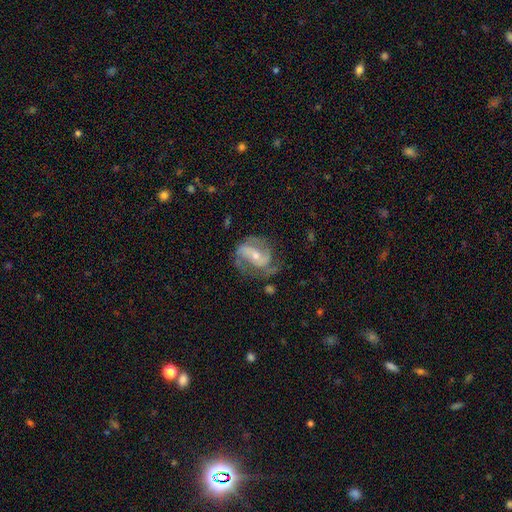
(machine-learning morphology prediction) smooth-or-featured: featured or disk: 84% | smooth: 9% | star or artifact: 7%
  disk-edge-on: no: 97% | yes: 3%
    bar: strong: 37% | weak: 36% | no: 27%
    has-spiral-arms: yes: 94% | no: 6%
      spiral-winding: medium: 49% | tight: 30% | loose: 21%
      spiral-arm-count: 2: 67% | 3: 14% | can't tell: 10% | 1: 4% | 4: 3% | more than 4: 2%
    bulge-size: small: 58% | moderate: 38% | none: 2% | large: 2% | dominant: 1%
  merging: none: 63% | minor disturbance: 20% | major disturbance: 15% | merger: 2%